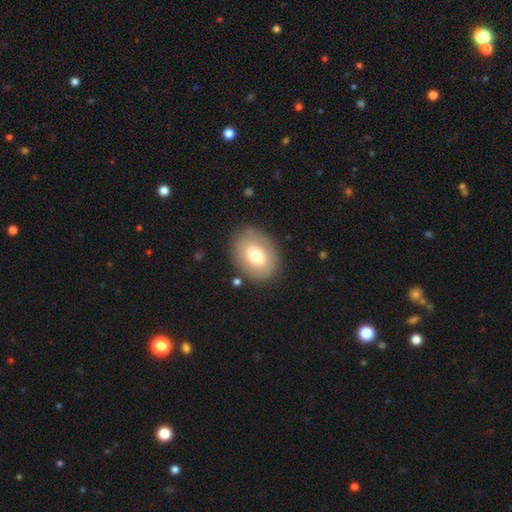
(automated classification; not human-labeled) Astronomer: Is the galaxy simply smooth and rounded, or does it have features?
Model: smooth — 70%.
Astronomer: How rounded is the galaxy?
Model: in between — 66%.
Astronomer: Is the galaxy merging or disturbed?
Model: none — 83%.